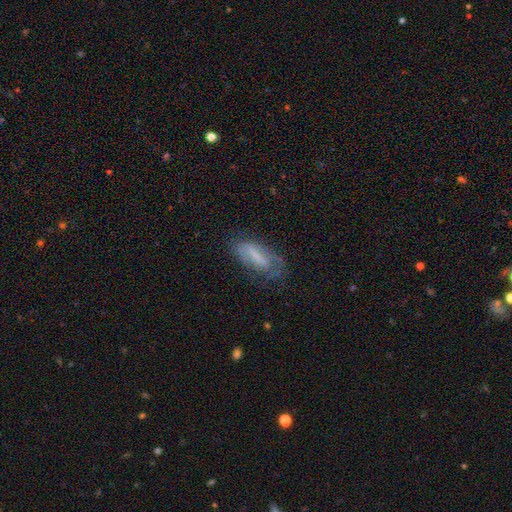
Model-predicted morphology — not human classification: Smooth or featured? Predicted: featured or disk (p=0.46). Merging? Predicted: none (p=0.54).